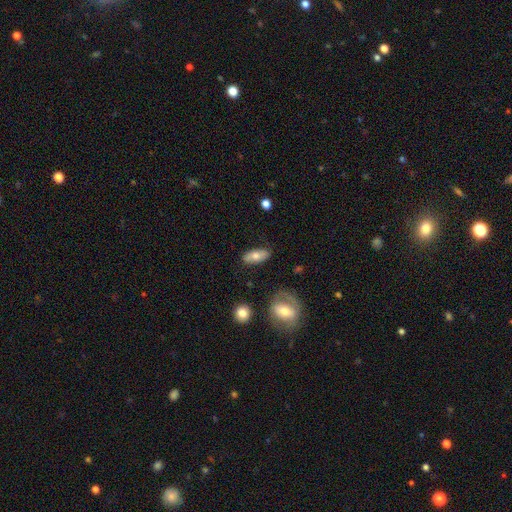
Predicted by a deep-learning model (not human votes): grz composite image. It shows a smooth galaxy with no disk features (67%) that is in between round and cigar-shaped (84%). Merging: none (82%).